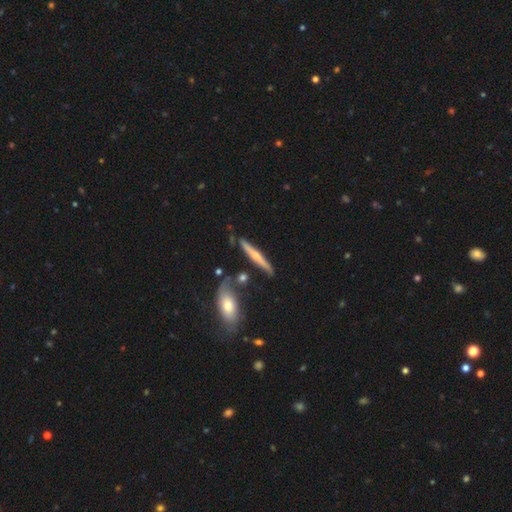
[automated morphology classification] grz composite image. It shows a featured or disk galaxy (55%) viewed edge-on (94%) with a rounded central bulge (70%). Merging: none (80%).